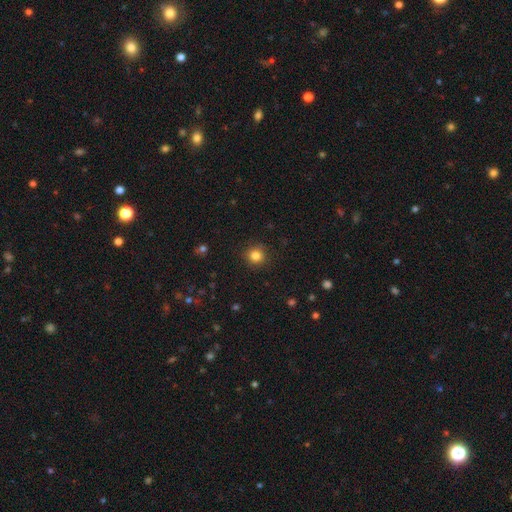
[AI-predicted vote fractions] This is clearly a smooth galaxy (83%). How rounded: clearly round (93%). Merging: clearly none (90%).